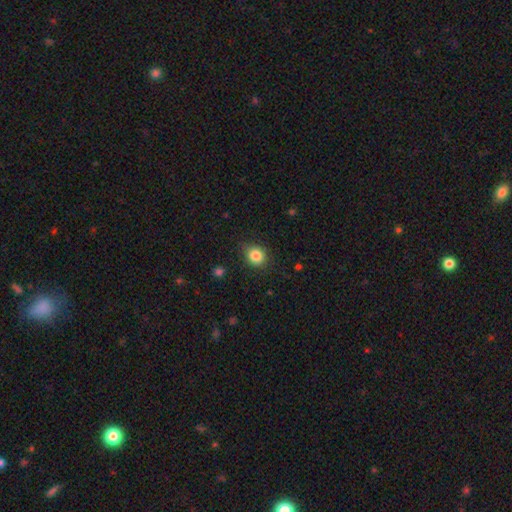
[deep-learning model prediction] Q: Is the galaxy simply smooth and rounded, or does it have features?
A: smooth — 84%.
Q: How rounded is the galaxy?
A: round — 79%.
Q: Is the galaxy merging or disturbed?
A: none — 82%.